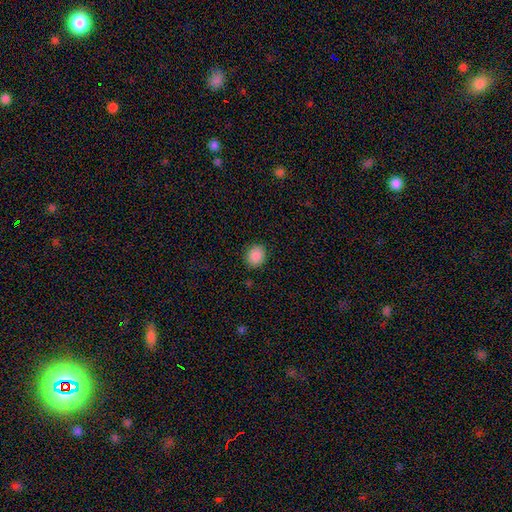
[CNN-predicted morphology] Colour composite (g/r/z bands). It shows a smooth galaxy with no disk features (89%) that is round (70%). Merging: none (89%).